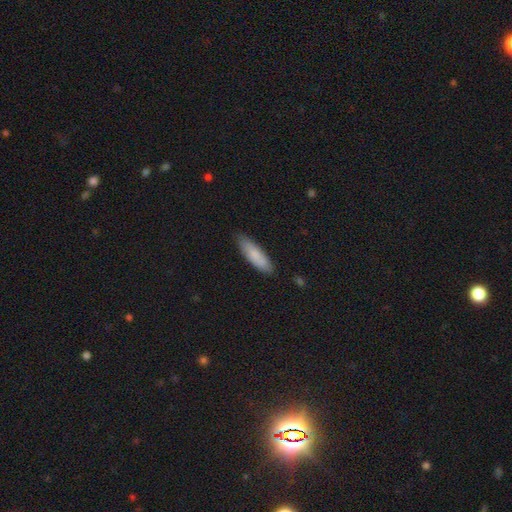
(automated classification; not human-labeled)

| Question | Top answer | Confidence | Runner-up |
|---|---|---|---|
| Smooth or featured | smooth | 83% | featured or disk (11%) |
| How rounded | cigar-shaped | 54% | in between (44%) |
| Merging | none | 84% | minor disturbance (13%) |